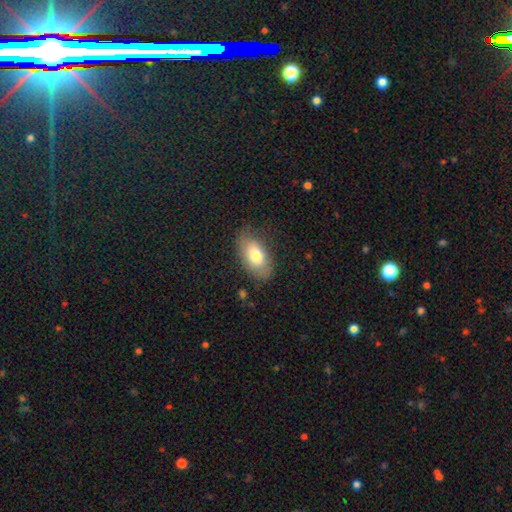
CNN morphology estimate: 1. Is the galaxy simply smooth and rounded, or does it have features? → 75% smooth, 18% featured or disk, 7% star or artifact.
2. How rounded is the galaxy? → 92% in between, 5% round, 3% cigar-shaped.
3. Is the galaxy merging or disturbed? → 75% none, 18% minor disturbance, 6% major disturbance, 1% merger.